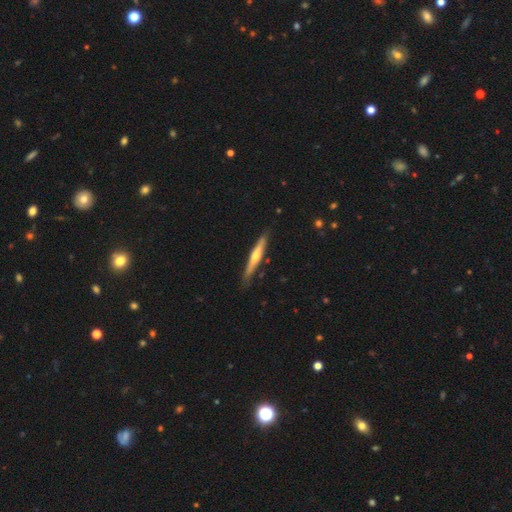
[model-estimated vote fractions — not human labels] This appears to be a featured or disk galaxy (62%) viewed edge-on (96%) with a rounded central bulge (81%). Merging: none (84%).